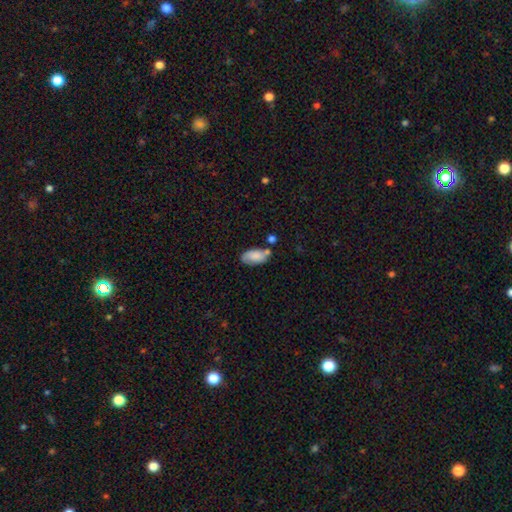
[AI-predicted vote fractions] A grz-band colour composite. It shows a smooth galaxy with no disk features (75%) that is in between round and cigar-shaped (93%). Merging: none (55%).